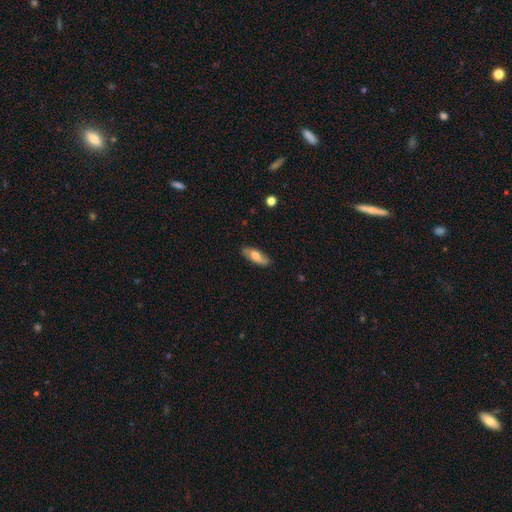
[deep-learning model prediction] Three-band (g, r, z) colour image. It shows a smooth galaxy with no disk features (63%) that is in between round and cigar-shaped (66%). Merging: none (83%).